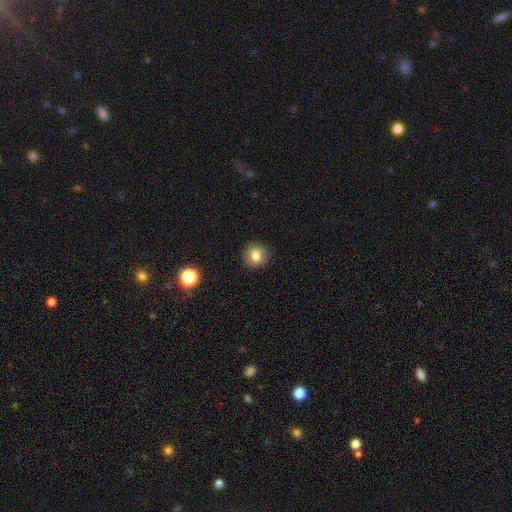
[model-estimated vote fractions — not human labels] smooth_or_featured: smooth (p=0.81) [alt: star or artifact p=0.11]
how_rounded: round (p=0.92) [alt: in between p=0.07]
merging: none (p=0.91) [alt: minor disturbance p=0.06]